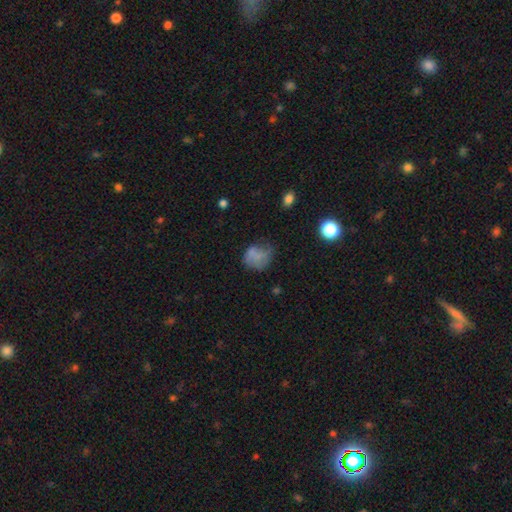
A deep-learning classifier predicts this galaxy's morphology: Smooth or featured?
  - smooth: 69% *
  - featured or disk: 19%
  - star or artifact: 12%
How rounded?
  - round: 62% *
  - in between: 37%
  - cigar-shaped: 1%
Merging?
  - none: 41% *
  - minor disturbance: 31%
  - major disturbance: 24%
  - merger: 4%